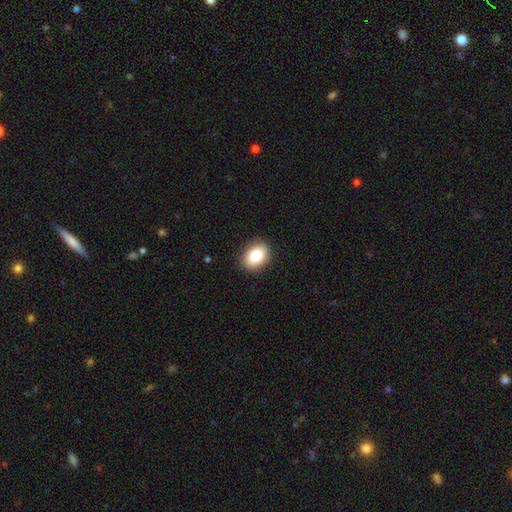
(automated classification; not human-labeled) This appears to be a smooth galaxy with no disk features (85%) that is in between round and cigar-shaped (70%). Merging: none (89%).